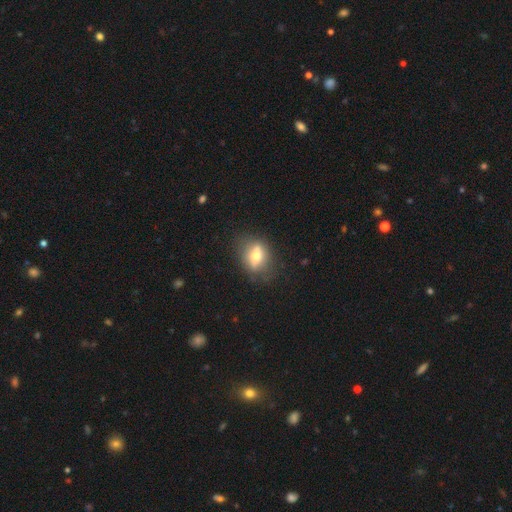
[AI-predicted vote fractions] Morphology: type=featured or disk (50%); edge-on=yes (55%); merging=none (79%).